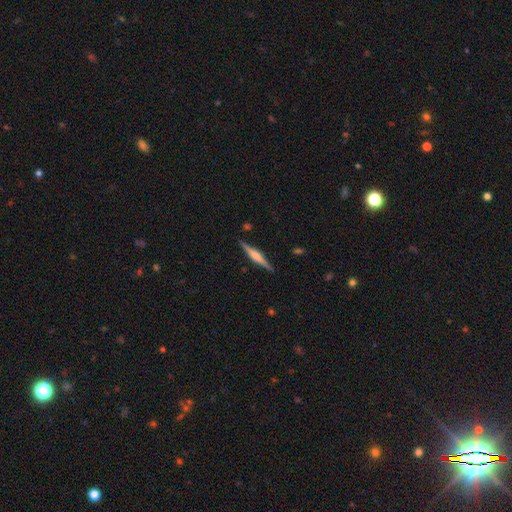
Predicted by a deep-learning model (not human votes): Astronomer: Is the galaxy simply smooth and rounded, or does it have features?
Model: featured or disk — 73%.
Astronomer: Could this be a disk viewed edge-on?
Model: yes — 98%.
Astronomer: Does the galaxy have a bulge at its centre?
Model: rounded — 68%.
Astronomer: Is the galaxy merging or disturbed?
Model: none — 90%.